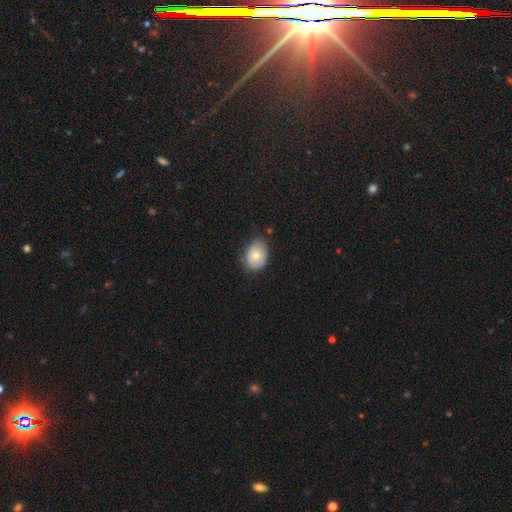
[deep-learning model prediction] smooth_or_featured: smooth (p=0.74) [alt: featured or disk p=0.18]
how_rounded: in between (p=0.64) [alt: round p=0.35]
merging: none (p=0.67) [alt: minor disturbance p=0.27]